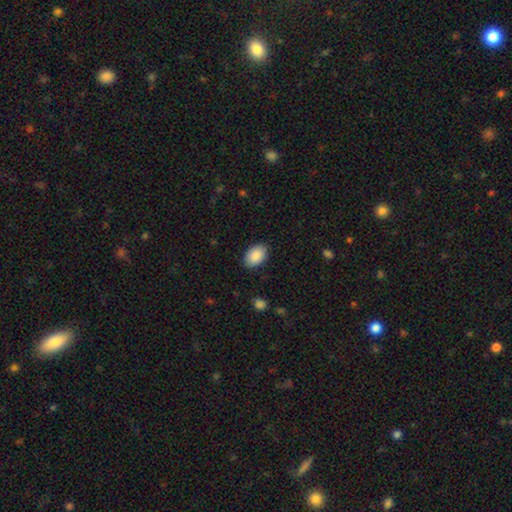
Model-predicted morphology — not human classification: type=smooth (90%); roundness=in between (89%); merging=none (87%).